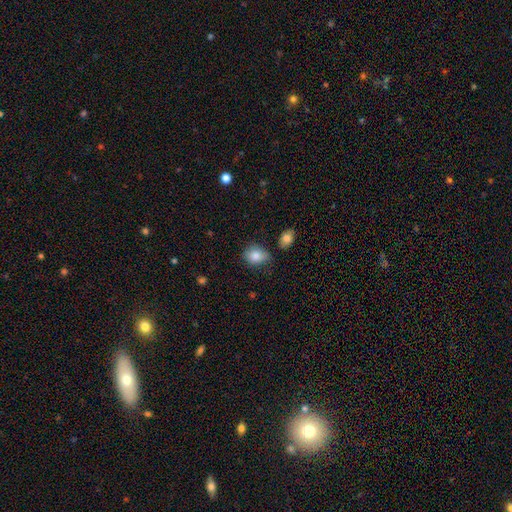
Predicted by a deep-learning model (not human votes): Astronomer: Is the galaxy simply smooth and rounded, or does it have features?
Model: smooth — 82%.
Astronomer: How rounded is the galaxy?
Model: in between — 58% (runner-up: round, 41%).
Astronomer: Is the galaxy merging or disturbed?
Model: none — 60%.